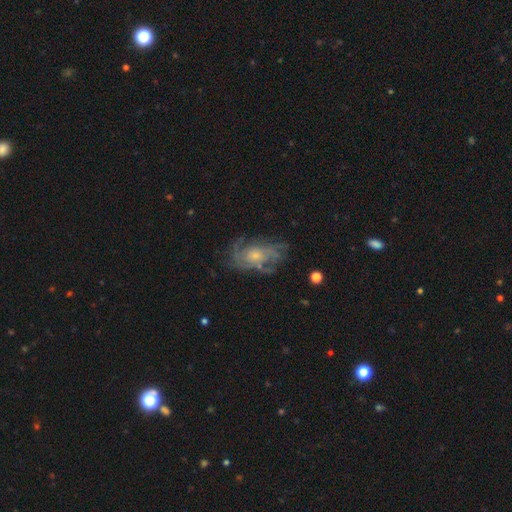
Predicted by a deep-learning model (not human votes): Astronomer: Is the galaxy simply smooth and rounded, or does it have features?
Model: featured or disk — 76%.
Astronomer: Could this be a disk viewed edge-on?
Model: no — 96%.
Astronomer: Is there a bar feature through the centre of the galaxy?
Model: no — 79%.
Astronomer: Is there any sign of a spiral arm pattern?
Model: yes — 82%.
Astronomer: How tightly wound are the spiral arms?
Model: tight — 42% (runner-up: medium, 40%).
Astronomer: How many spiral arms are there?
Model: can't tell — 44%.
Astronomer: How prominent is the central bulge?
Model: small — 63%.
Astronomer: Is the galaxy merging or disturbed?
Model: none — 60%.